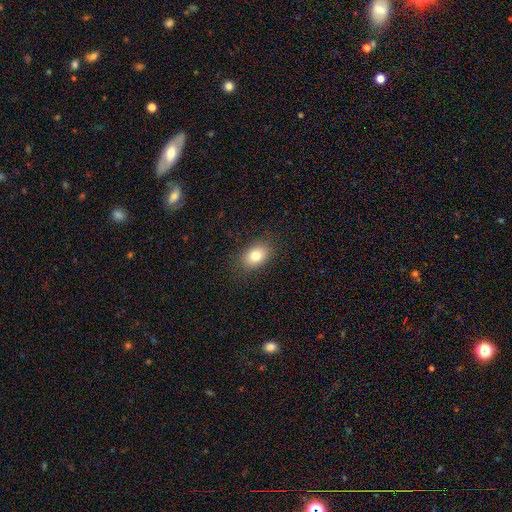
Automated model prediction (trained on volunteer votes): smooth_or_featured: smooth (p=0.80) [alt: featured or disk p=0.10]
how_rounded: in between (p=0.79) [alt: round p=0.20]
merging: none (p=0.86) [alt: minor disturbance p=0.10]